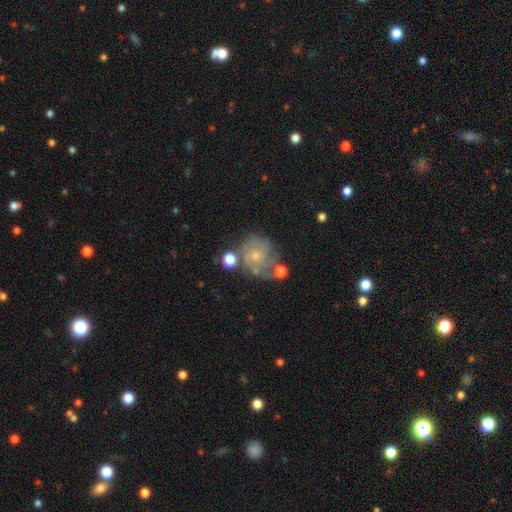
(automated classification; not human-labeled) smooth-or-featured: featured or disk: 69% | smooth: 22% | star or artifact: 9%
  disk-edge-on: no: 98% | yes: 2%
    bar: no: 76% | weak: 21% | strong: 3%
    has-spiral-arms: yes: 86% | no: 14%
      spiral-winding: tight: 49% | medium: 37% | loose: 13%
      spiral-arm-count: can't tell: 34% | 2: 26% | 3: 21% | 4: 8% | 1: 6% | more than 4: 5%
    bulge-size: small: 67% | moderate: 22% | none: 8% | large: 2% | dominant: 1%
  merging: none: 52% | minor disturbance: 21% | major disturbance: 15% | merger: 12%